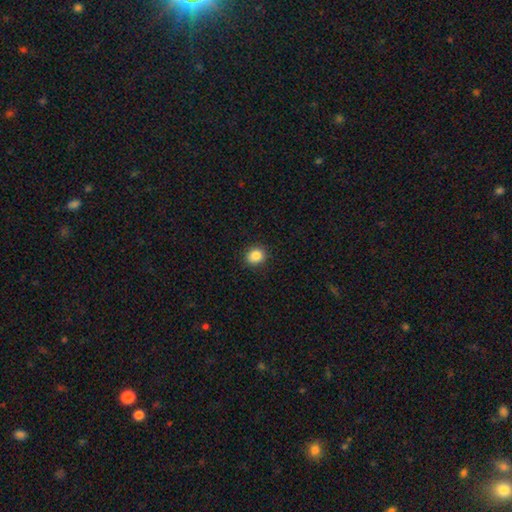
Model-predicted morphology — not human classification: This appears to be a smooth galaxy with no disk features (86%) that is round (76%). Merging: none (90%).